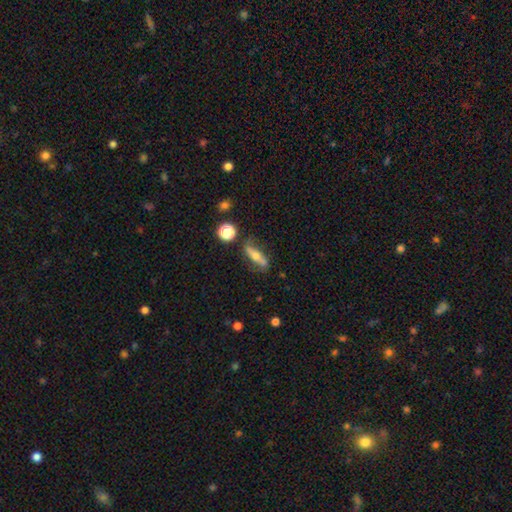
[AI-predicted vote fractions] Smooth or featured? featured or disk (54%)
Edge-on disk? yes (55%)
Merging? none (66%)